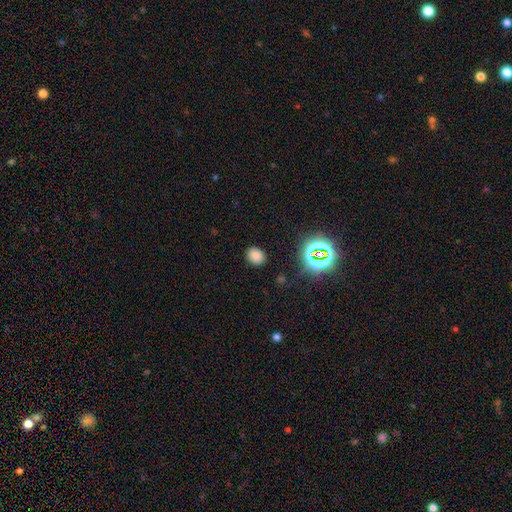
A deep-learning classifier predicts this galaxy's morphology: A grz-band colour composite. It shows a smooth galaxy with no disk features (76%) that is round (54%). Merging: none (87%).